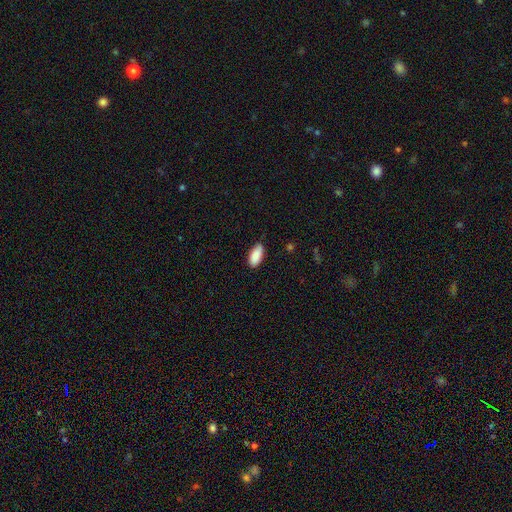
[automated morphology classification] Smooth or featured? smooth (89%)
How rounded? in between (91%)
Merging? none (80%)